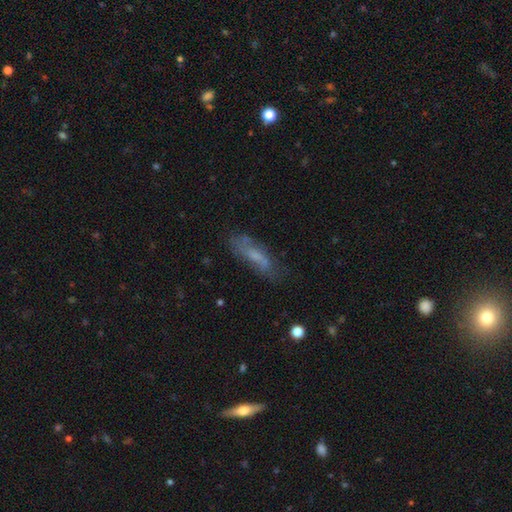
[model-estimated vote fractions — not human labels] Morphology: type=smooth (49%); merging=none (64%).